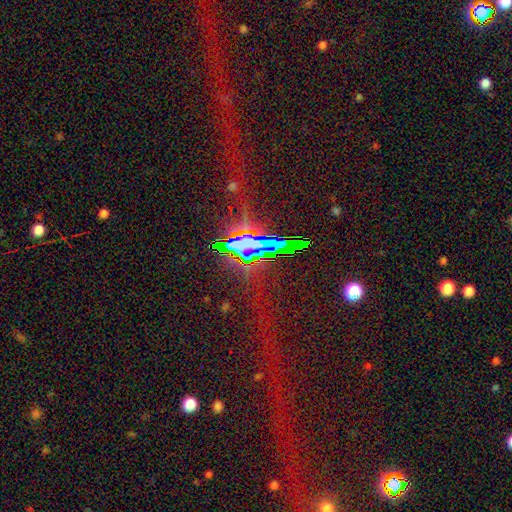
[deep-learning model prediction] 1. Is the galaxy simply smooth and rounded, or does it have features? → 74% star or artifact, 14% smooth, 12% featured or disk.